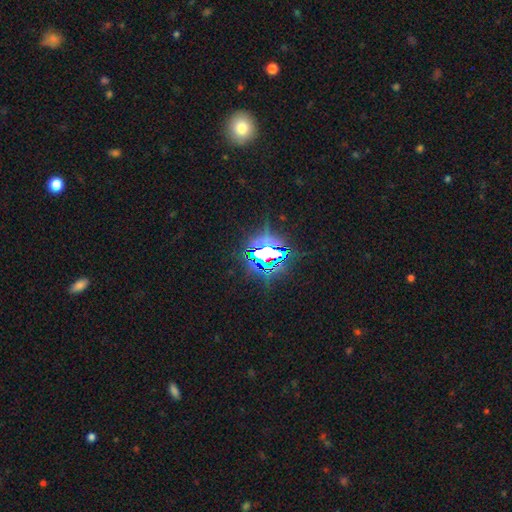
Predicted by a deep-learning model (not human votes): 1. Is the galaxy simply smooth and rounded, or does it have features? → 83% star or artifact, 9% smooth, 8% featured or disk.